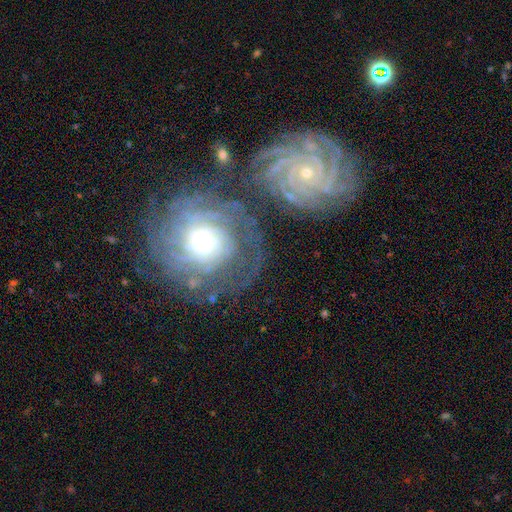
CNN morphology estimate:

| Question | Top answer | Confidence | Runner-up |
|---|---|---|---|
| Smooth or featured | featured or disk | 72% | smooth (17%) |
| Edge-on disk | no | 95% | yes (5%) |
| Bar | no | 78% | weak (16%) |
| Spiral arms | yes | 91% | no (9%) |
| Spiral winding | tight | 79% | medium (17%) |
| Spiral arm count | can't tell | 38% | 4 (17%) |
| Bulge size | small | 36% | moderate (35%) |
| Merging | none | 62% | merger (20%) |